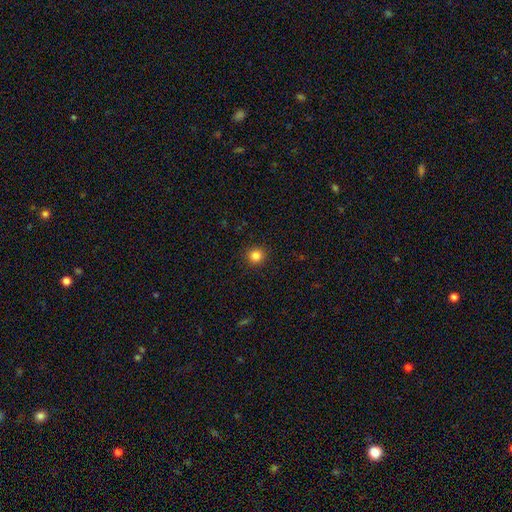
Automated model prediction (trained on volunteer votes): smooth 84%, star or artifact 12%, featured or disk 4%. Down the decision tree: how rounded — round (93%); merging — none (92%).